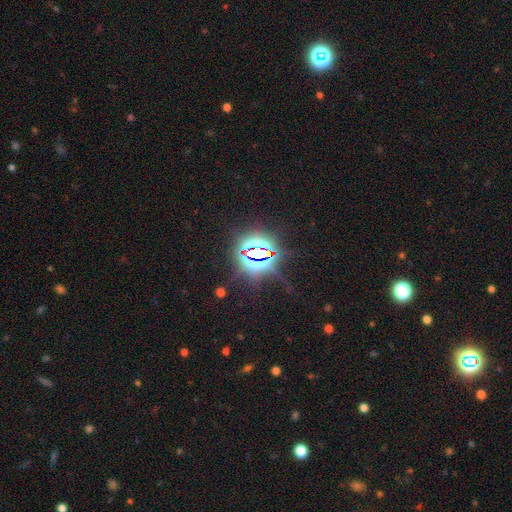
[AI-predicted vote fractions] smooth_or_featured: star or artifact (p=0.81) [alt: smooth p=0.10]